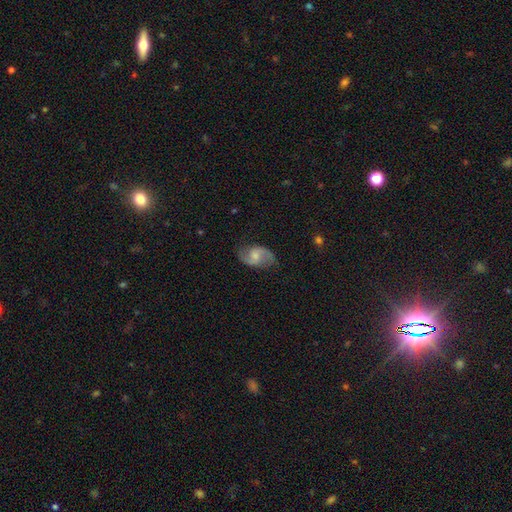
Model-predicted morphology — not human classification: Smooth or featured? featured or disk (76%)
Edge-on disk? no (97%)
Bar? weak (48%)
Spiral arms? yes (95%)
Spiral winding? loose (46%)
Spiral arm count? 2 (92%)
Bulge size? moderate (47%)
Merging? none (79%)